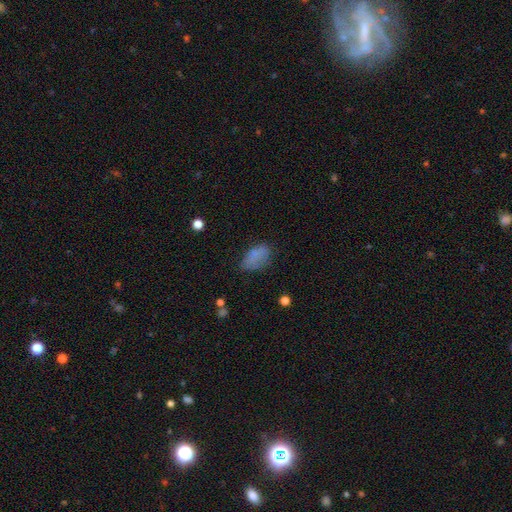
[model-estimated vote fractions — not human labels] smooth-or-featured: smooth: 75% | featured or disk: 14% | star or artifact: 11%
  how-rounded: in between: 91% | round: 6% | cigar-shaped: 3%
  merging: none: 58% | minor disturbance: 27% | major disturbance: 12% | merger: 3%